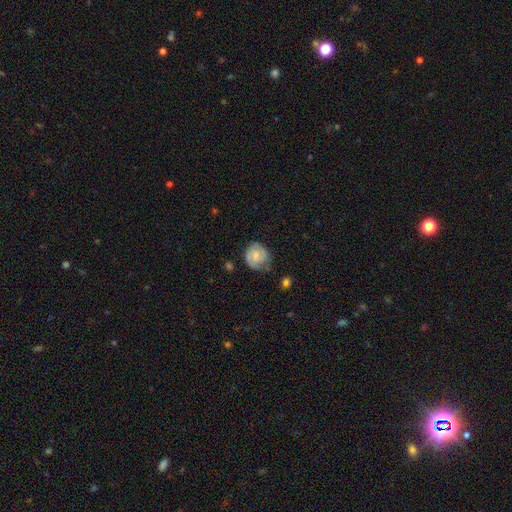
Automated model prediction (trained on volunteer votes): This is possibly a featured or disk galaxy (51%). It is clearly not viewed edge-on (98%). Merging: likely none (64%).